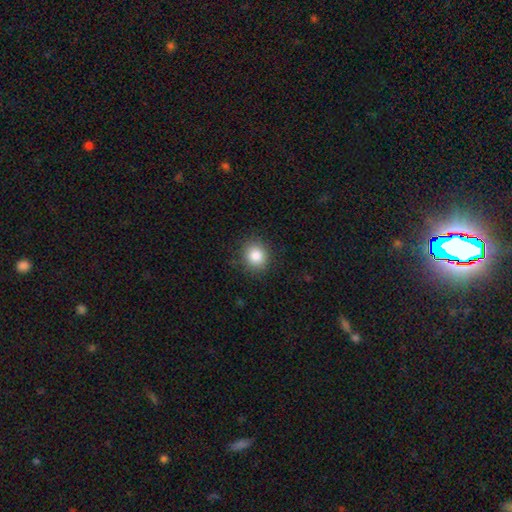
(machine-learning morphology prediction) The model was most divided on "how rounded": round: 80%, in between: 19%, cigar-shaped: 1%. More confident: merging — none (87%); smooth or featured — smooth (84%).